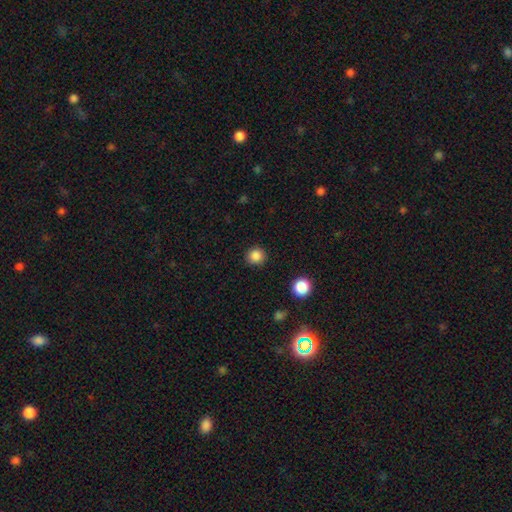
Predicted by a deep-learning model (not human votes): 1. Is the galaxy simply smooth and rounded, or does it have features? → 85% smooth, 12% star or artifact, 3% featured or disk.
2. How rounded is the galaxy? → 92% round, 7% in between, 1% cigar-shaped.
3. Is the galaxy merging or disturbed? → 89% none, 7% minor disturbance, 2% major disturbance, 1% merger.